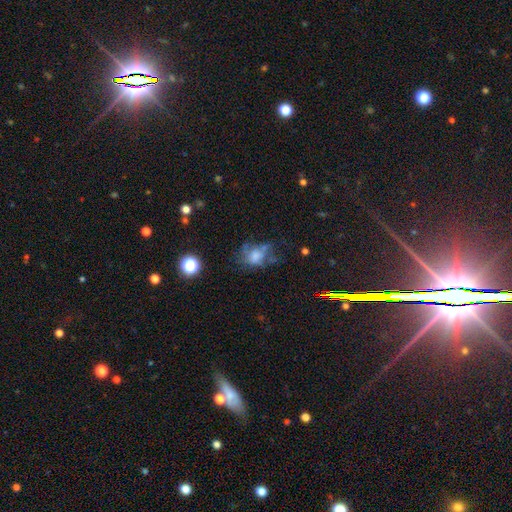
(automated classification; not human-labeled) This is possibly a smooth galaxy (50%). Merging: marginally none (37%).